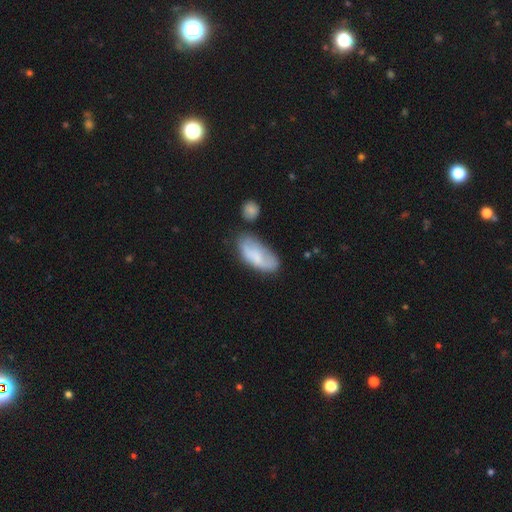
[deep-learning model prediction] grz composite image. It shows a smooth galaxy with no disk features (69%) that is in between round and cigar-shaped (89%). Merging: none (45%).